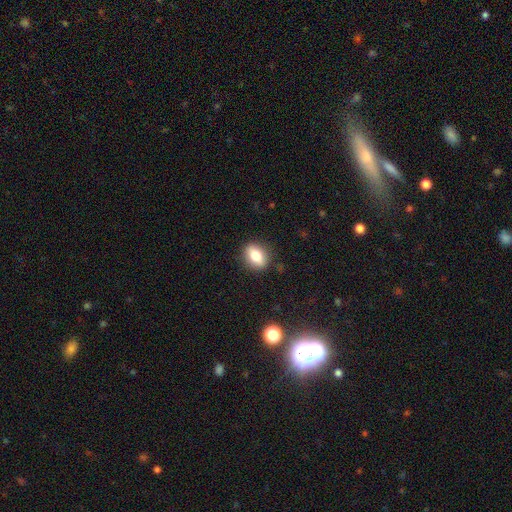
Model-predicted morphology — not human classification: A smooth galaxy with no disk features (77%) that is in between round and cigar-shaped (73%). Merging: none (86%).